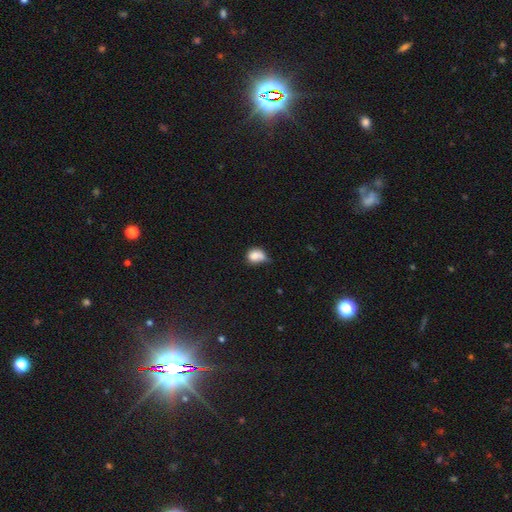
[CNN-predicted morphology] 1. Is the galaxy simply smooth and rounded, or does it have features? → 77% smooth, 13% featured or disk, 10% star or artifact.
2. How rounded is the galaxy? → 49% round (tied), 49% in between (tied), 2% cigar-shaped.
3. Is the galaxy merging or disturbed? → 32% minor disturbance, 29% none, 23% merger, 16% major disturbance.